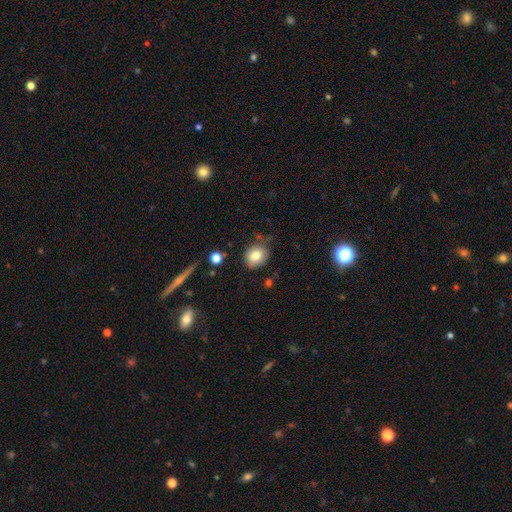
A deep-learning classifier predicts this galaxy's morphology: smooth_or_featured: smooth (p=0.79) [alt: featured or disk p=0.11]
how_rounded: round (p=0.67) [alt: in between p=0.32]
merging: none (p=0.77) [alt: minor disturbance p=0.16]